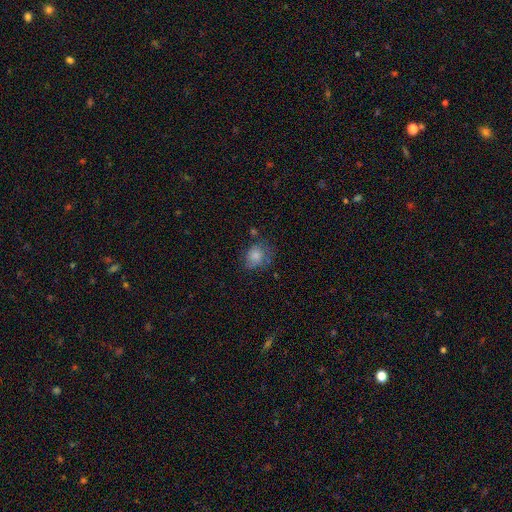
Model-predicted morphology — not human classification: Smooth or featured? smooth (80%)
How rounded? round (60%)
Merging? none (55%)